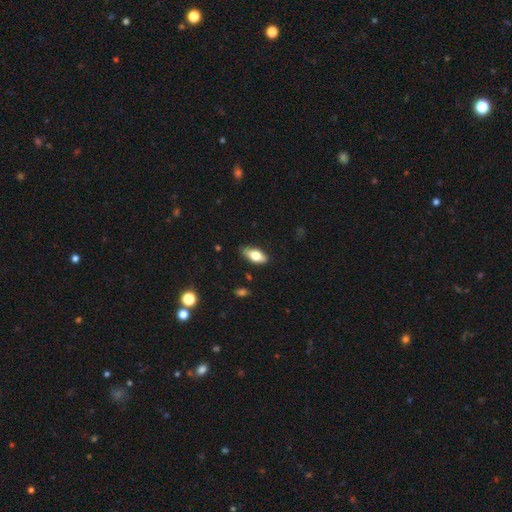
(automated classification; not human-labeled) A smooth galaxy with no disk features (70%) that is in between round and cigar-shaped (83%).

Vote fractions:
- Smooth or featured? smooth: 70% / featured or disk: 24% / star or artifact: 6%
- How rounded? in between: 83% / cigar-shaped: 13% / round: 3%
- Merging? none: 80% / minor disturbance: 16% / major disturbance: 3% / merger: 1%